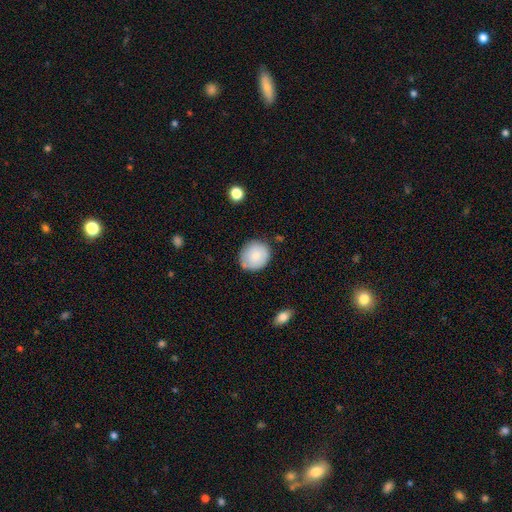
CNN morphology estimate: smooth_or_featured: smooth (p=0.83) [alt: featured or disk p=0.10]
how_rounded: round (p=0.84) [alt: in between p=0.15]
merging: none (p=0.77) [alt: minor disturbance p=0.16]